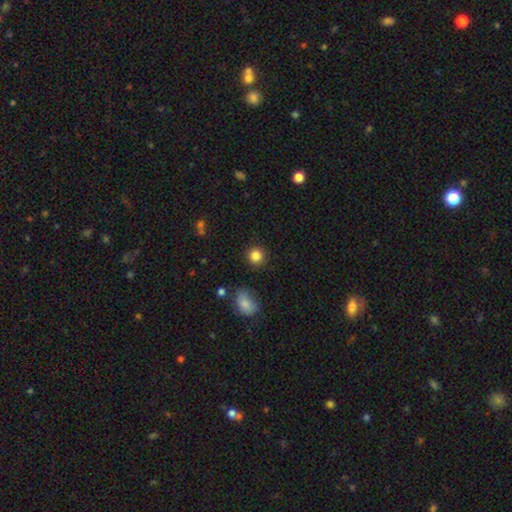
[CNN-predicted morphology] Smooth or featured?
  - smooth: 85% *
  - star or artifact: 11%
  - featured or disk: 4%
How rounded?
  - round: 91% *
  - in between: 8%
  - cigar-shaped: 1%
Merging?
  - none: 89% *
  - minor disturbance: 7%
  - major disturbance: 2%
  - merger: 2%